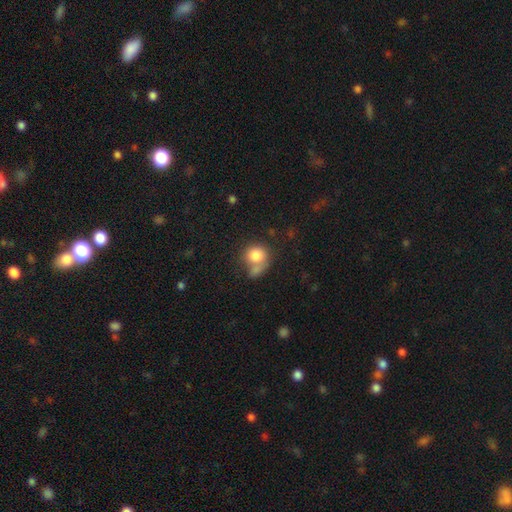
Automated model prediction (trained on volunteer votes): Smooth or featured: smooth — 80% (featured or disk — 12%)
How rounded: round — 78% (in between — 21%)
Merging: none — 37% (merger — 35%)